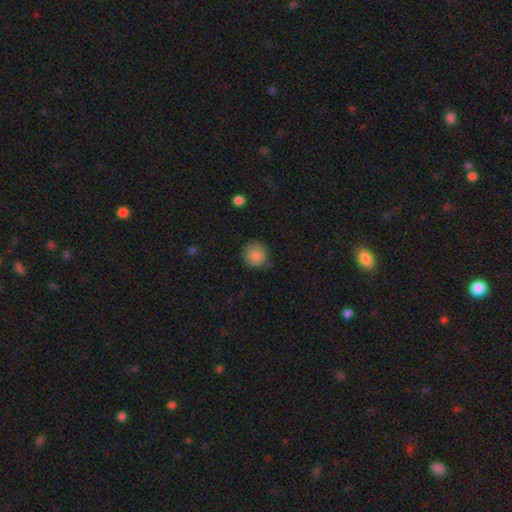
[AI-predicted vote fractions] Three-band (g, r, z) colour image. It shows a smooth galaxy with no disk features (85%) that is round (91%). Merging: none (76%).